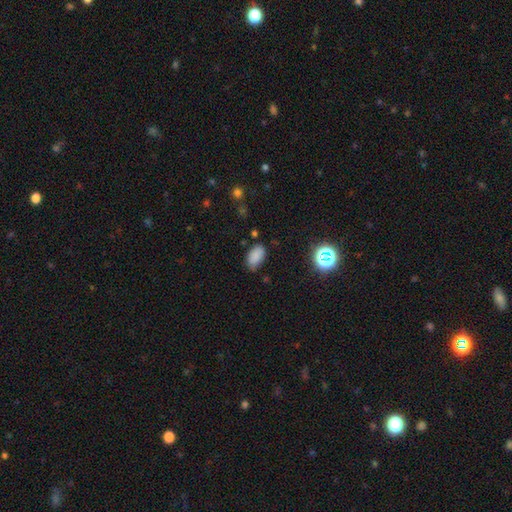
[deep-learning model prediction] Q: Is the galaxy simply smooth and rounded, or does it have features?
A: smooth — 82%.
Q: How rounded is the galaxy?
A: in between — 93%.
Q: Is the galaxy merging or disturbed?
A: none — 74%.